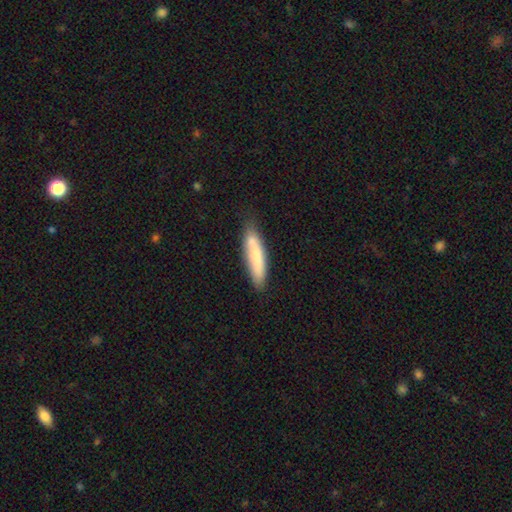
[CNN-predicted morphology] This appears to be a smooth galaxy with no disk features (74%) that is cigar-shaped (77%). Merging: none (70%).